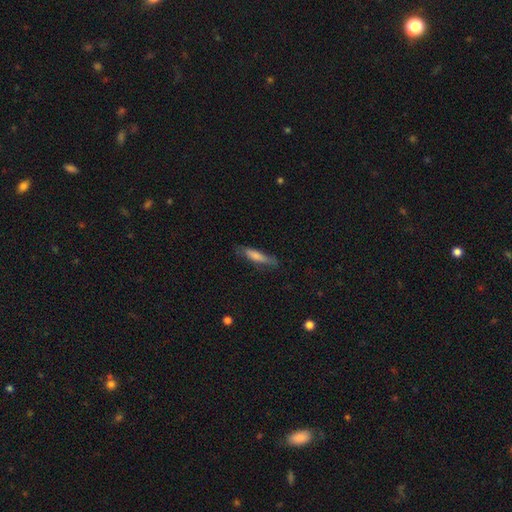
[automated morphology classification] The model was most divided on "smooth or featured": smooth: 54%, featured or disk: 36%, star or artifact: 10%. More confident: how rounded — cigar-shaped (83%); merging — none (79%).